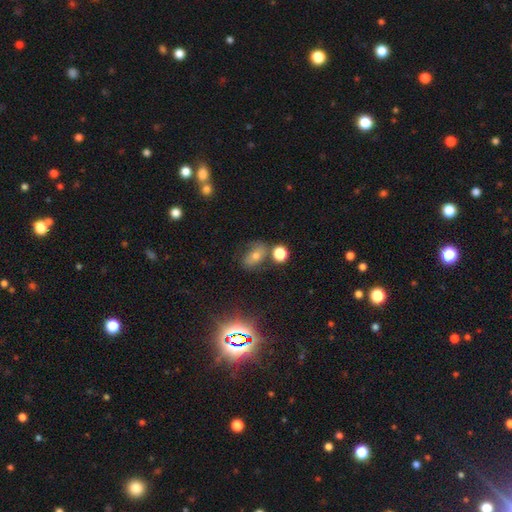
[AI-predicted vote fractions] smooth 46%, star or artifact 31%, featured or disk 23%. Down the decision tree: merging — none (64%).